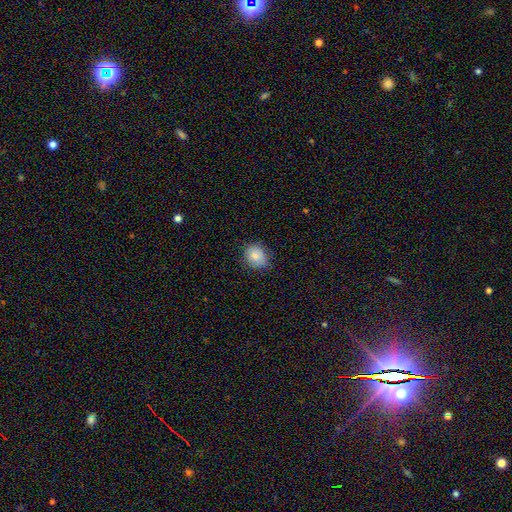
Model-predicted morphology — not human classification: Smooth or featured: smooth — 82% (featured or disk — 9%)
How rounded: round — 58% (in between — 41%)
Merging: none — 76% (minor disturbance — 20%)